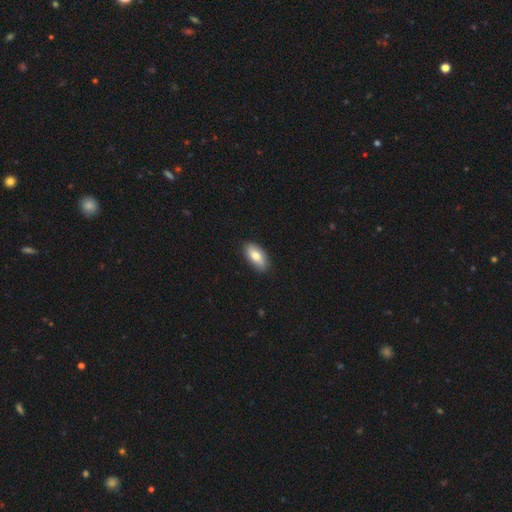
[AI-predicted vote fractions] smooth-or-featured: smooth: 75% | featured or disk: 19% | star or artifact: 6%
  how-rounded: in between: 90% | cigar-shaped: 7% | round: 3%
  merging: none: 86% | minor disturbance: 11% | major disturbance: 2% | merger: 1%